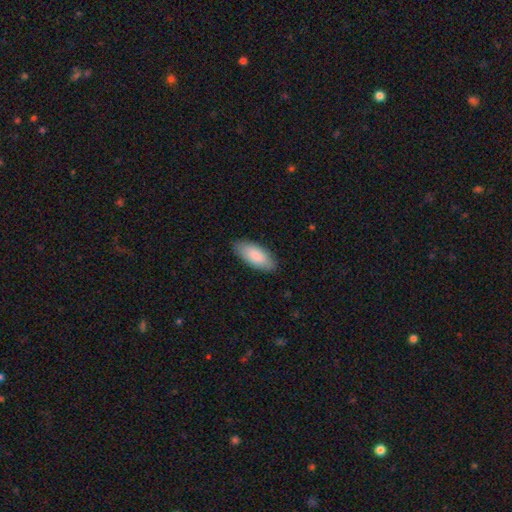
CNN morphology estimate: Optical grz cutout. It shows a smooth galaxy with no disk features (87%) that is in between round and cigar-shaped (87%). Merging: none (86%).